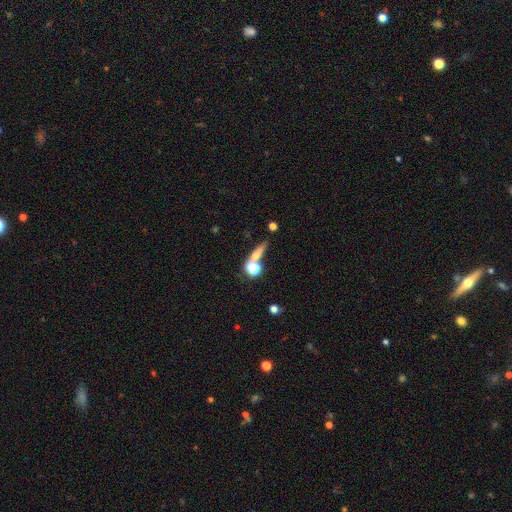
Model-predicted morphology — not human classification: A smooth galaxy with no disk features (53%) that is cigar-shaped (50%). Merging: none (57%).